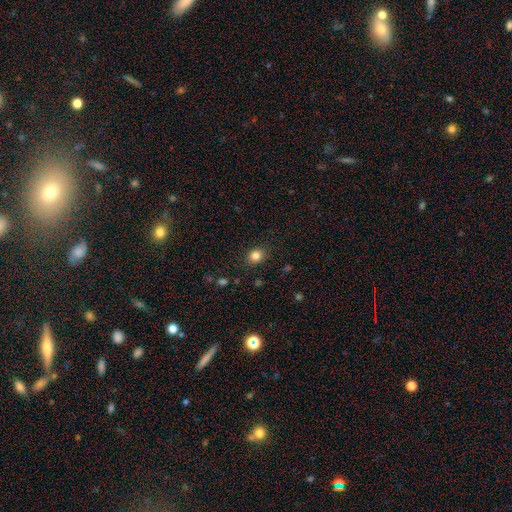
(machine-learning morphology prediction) Smooth or featured? smooth (83%)
How rounded? round (70%)
Merging? none (87%)